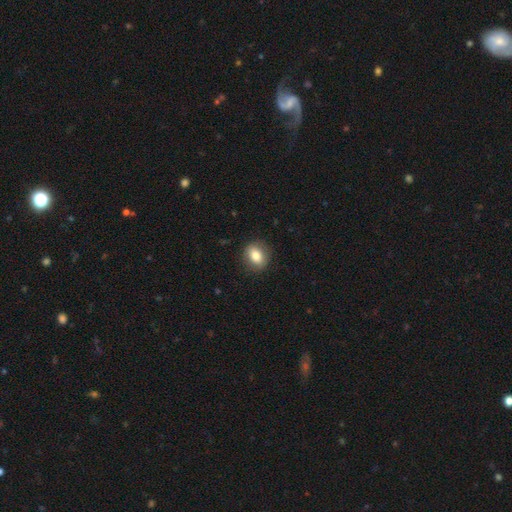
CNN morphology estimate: A smooth galaxy with no disk features (79%) that is round (50%). Merging: none (86%).